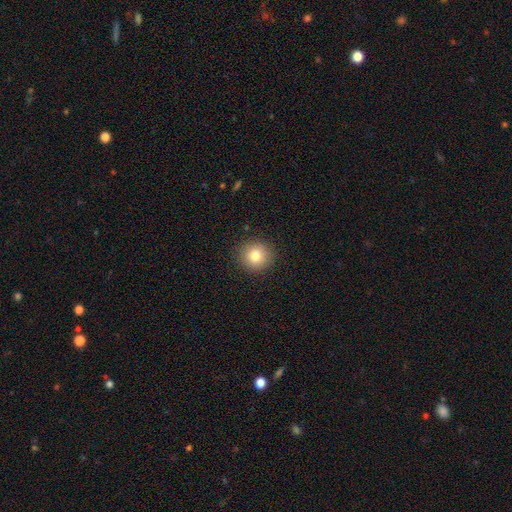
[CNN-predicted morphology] Smooth or featured? Predicted: smooth (p=0.81). How rounded? Predicted: round (p=0.93). Merging? Predicted: none (p=0.91).